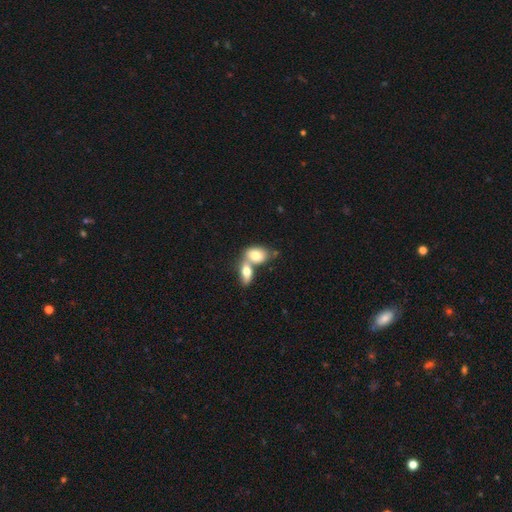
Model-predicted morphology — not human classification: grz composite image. It shows a smooth galaxy with no disk features (75%) that is in between round and cigar-shaped (86%). Merging: merger (70%).